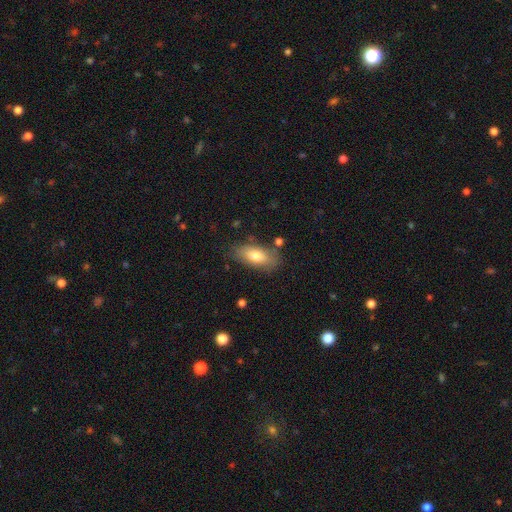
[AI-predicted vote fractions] Q: Smooth or featured?
A: smooth (76%); runner-up: featured or disk (17%)
Q: How rounded?
A: in between (85%); runner-up: cigar-shaped (12%)
Q: Merging?
A: none (76%); runner-up: minor disturbance (17%)